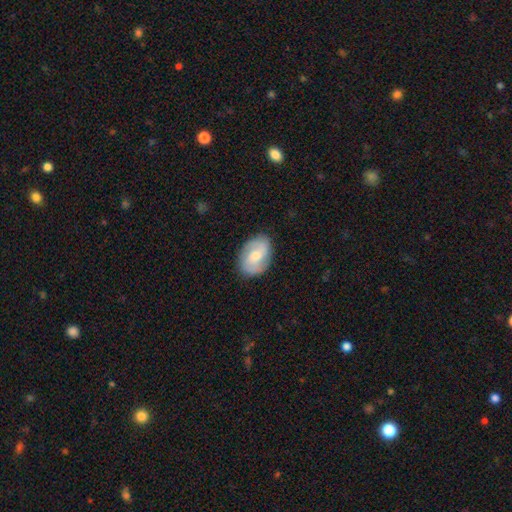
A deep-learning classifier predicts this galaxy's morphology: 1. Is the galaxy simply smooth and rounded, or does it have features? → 57% featured or disk, 37% smooth, 6% star or artifact.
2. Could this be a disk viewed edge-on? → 97% no, 3% yes.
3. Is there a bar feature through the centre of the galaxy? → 48% no, 44% weak, 9% strong.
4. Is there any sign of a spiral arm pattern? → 87% yes, 13% no.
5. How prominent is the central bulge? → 53% moderate, 35% small, 7% large, 4% none, 1% dominant.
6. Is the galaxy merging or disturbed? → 84% none, 12% minor disturbance, 3% major disturbance, 1% merger.